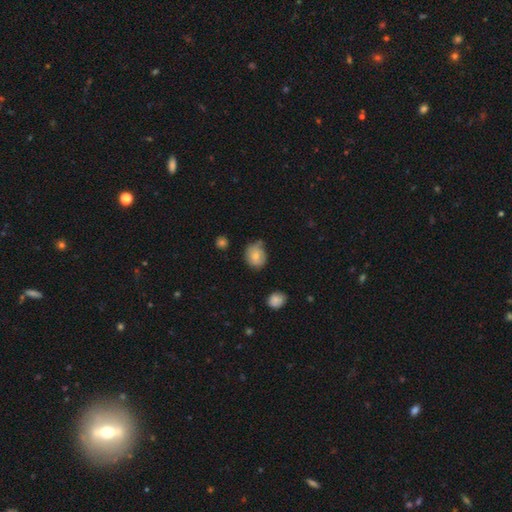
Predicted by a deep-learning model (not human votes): A smooth galaxy with no disk features (75%) that is round (68%).

Vote fractions:
- Smooth or featured? smooth: 75% / featured or disk: 17% / star or artifact: 9%
- How rounded? round: 68% / in between: 31% / cigar-shaped: 1%
- Merging? none: 55% / minor disturbance: 34% / major disturbance: 7% / merger: 4%